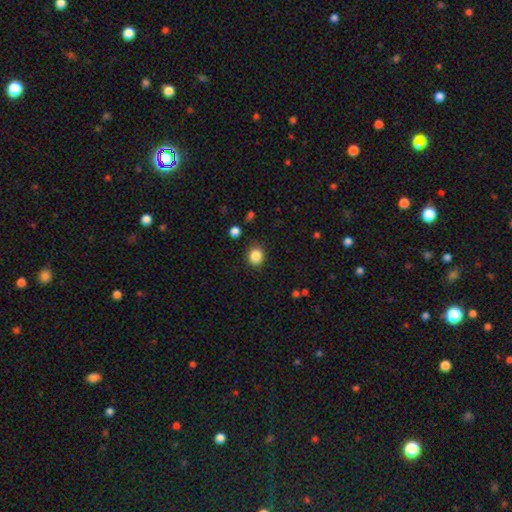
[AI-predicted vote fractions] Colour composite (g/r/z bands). It shows a smooth galaxy with no disk features (86%) that is round (77%). Merging: none (86%).